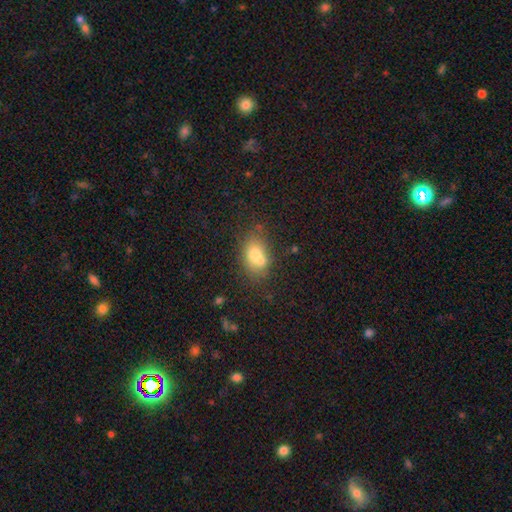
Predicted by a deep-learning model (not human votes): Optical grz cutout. It shows a smooth galaxy with no disk features (70%) that is in between round and cigar-shaped (79%). Merging: none (40%).